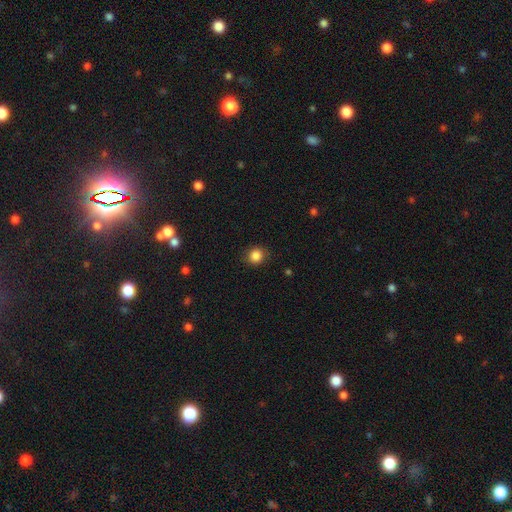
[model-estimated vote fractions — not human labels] Overall: smooth (86%). How rounded: round (84%). Merging: none (85%).